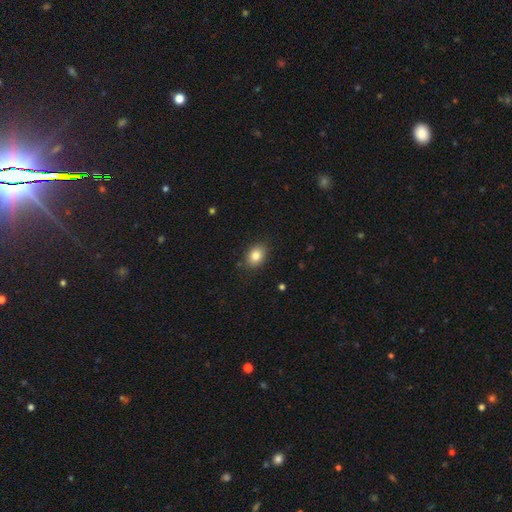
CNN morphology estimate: This appears to be a smooth galaxy with no disk features (83%) that is in between round and cigar-shaped (68%). Merging: none (86%).